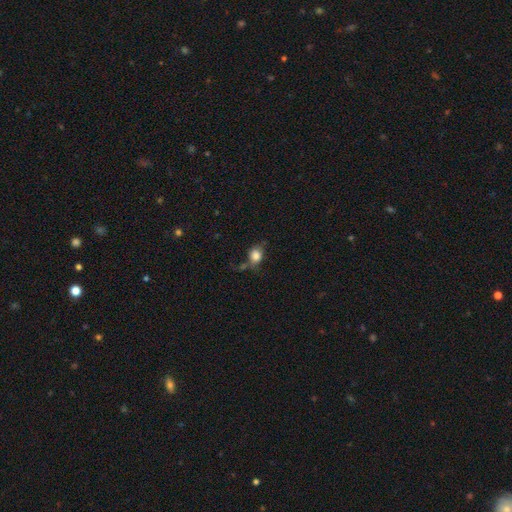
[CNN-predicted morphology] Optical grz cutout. It shows a smooth galaxy with no disk features (81%) that is round (49%, tied with in between). Merging: none (50%).